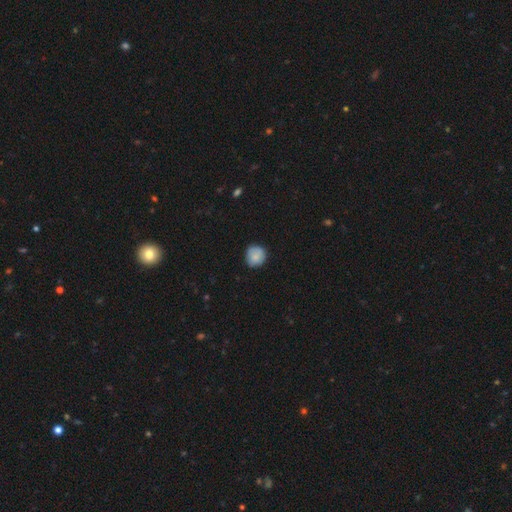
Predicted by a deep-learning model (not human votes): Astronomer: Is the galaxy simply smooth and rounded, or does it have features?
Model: smooth — 83%.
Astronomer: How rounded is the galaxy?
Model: round — 89%.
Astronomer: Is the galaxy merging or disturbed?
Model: none — 79%.